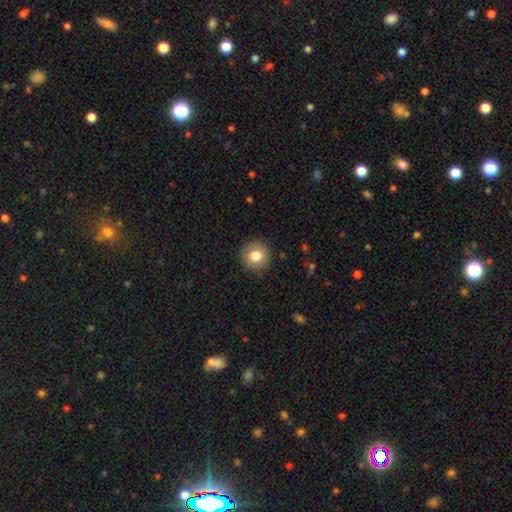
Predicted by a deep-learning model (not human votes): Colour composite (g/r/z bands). It shows a smooth galaxy with no disk features (80%) that is round (94%). Merging: none (90%).